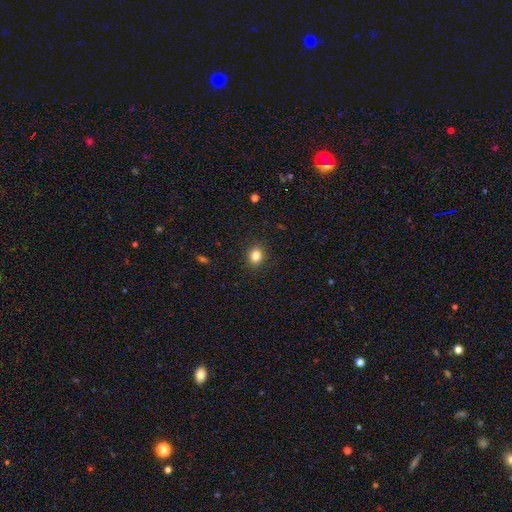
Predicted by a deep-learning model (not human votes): This is clearly a smooth galaxy (83%). How rounded: likely round (64%). Merging: clearly none (90%).